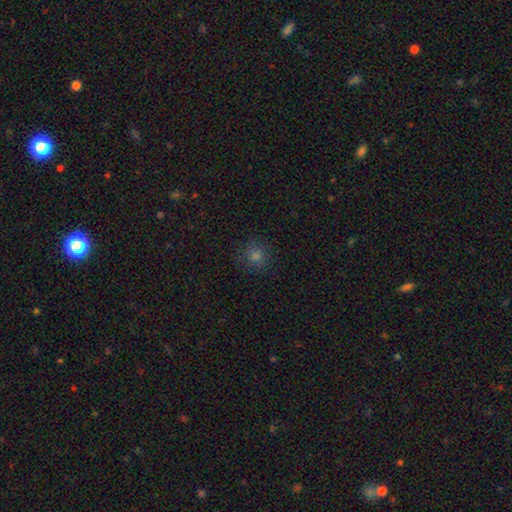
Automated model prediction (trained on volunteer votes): Smooth or featured? smooth (72%)
How rounded? round (91%)
Merging? none (87%)